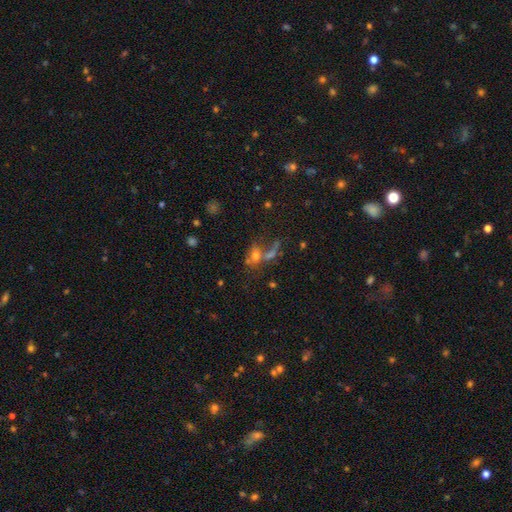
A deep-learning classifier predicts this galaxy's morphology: A smooth galaxy with no disk features (58%) that is in between round and cigar-shaped (56%). Merging: merger (41%).